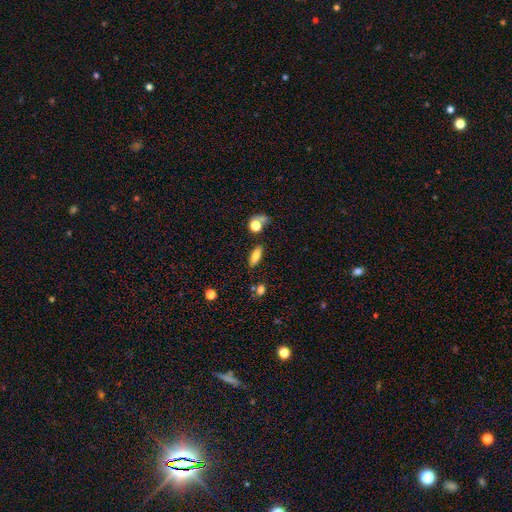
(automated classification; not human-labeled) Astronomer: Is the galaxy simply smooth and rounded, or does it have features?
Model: smooth — 75%.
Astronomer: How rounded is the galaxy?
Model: in between — 73%.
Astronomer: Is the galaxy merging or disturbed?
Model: none — 78%.